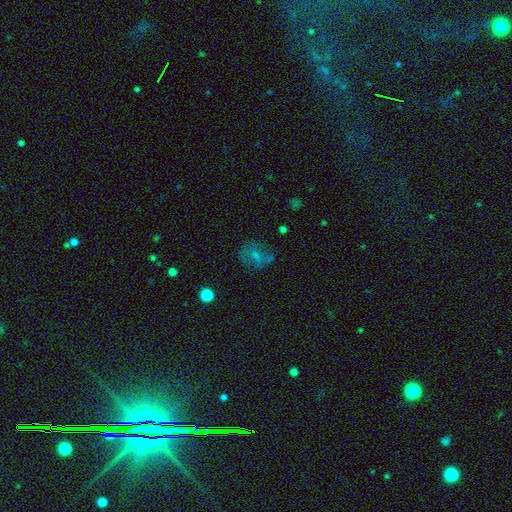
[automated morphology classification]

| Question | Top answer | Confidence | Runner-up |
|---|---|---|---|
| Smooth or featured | smooth | 54% | featured or disk (30%) |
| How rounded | round | 56% | in between (42%) |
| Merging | none | 54% | minor disturbance (21%) |